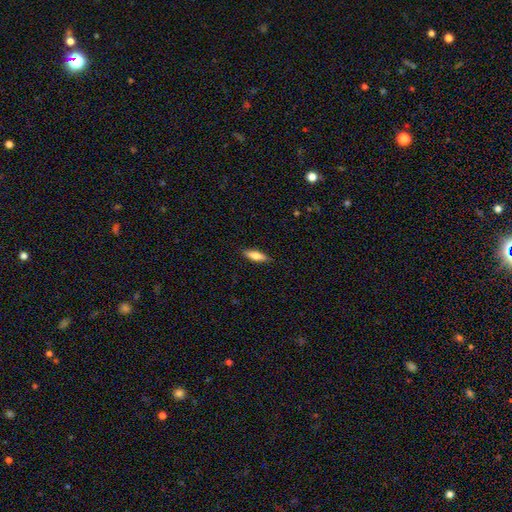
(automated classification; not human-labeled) Smooth or featured: smooth — 74% (featured or disk — 20%)
How rounded: cigar-shaped — 54% (in between — 44%)
Merging: none — 87% (minor disturbance — 10%)